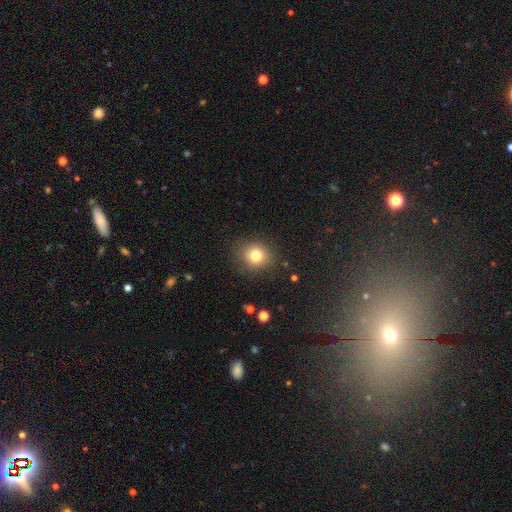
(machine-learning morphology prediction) Smooth or featured? smooth (79%)
How rounded? round (76%)
Merging? none (85%)